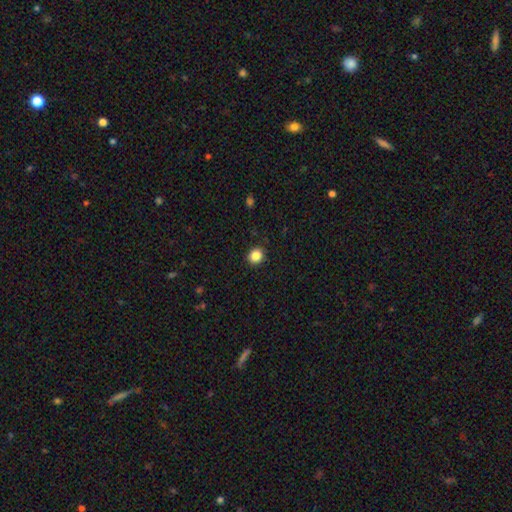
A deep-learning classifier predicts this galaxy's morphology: A smooth galaxy with no disk features (85%) that is round (81%). Merging: none (92%).